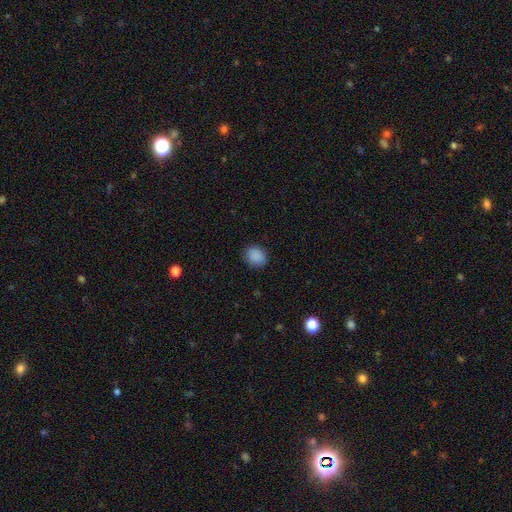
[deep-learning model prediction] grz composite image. It shows a smooth galaxy with no disk features (88%) that is round (57%). Merging: none (84%).